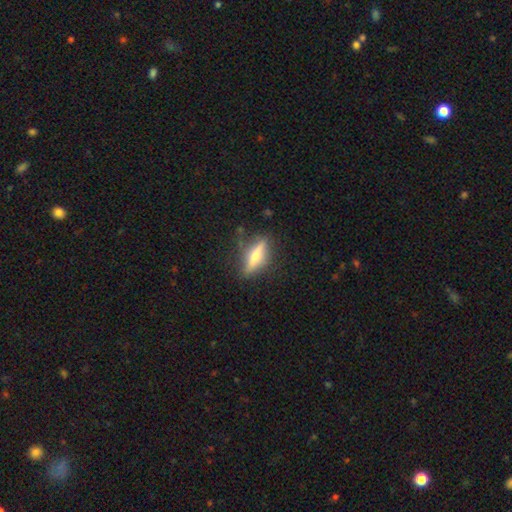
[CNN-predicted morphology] Smooth or featured? featured or disk (58%)
Edge-on disk? yes (86%)
Merging? none (76%)